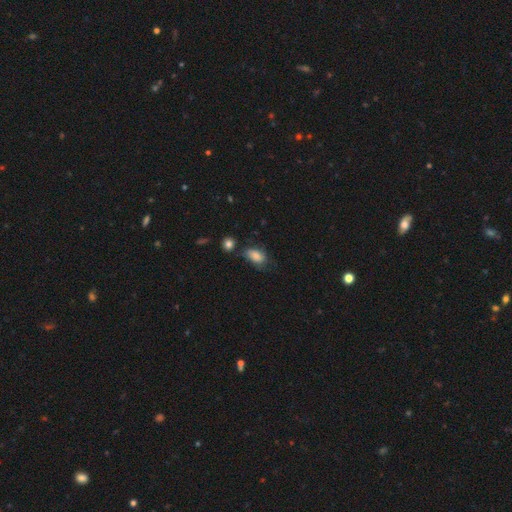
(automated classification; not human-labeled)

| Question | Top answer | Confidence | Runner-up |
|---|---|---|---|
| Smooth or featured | smooth | 77% | featured or disk (14%) |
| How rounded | in between | 88% | round (9%) |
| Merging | none | 52% | minor disturbance (31%) |